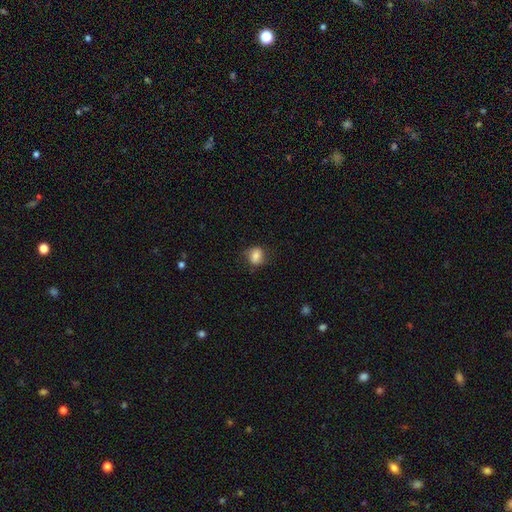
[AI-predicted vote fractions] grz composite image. It shows a smooth galaxy with no disk features (81%) that is round (54%). Merging: none (71%).